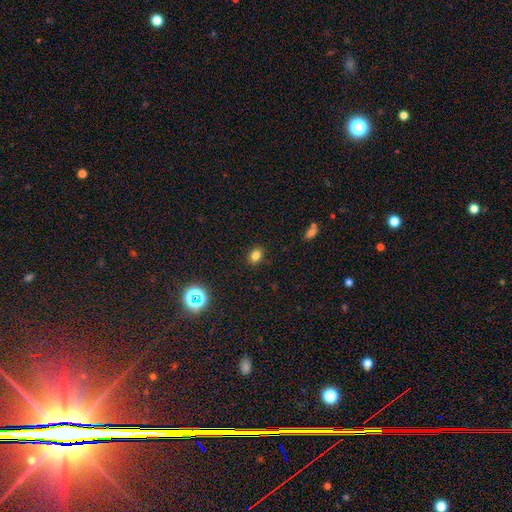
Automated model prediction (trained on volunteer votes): Morphology: type=smooth (80%); roundness=in between (66%); merging=none (87%).